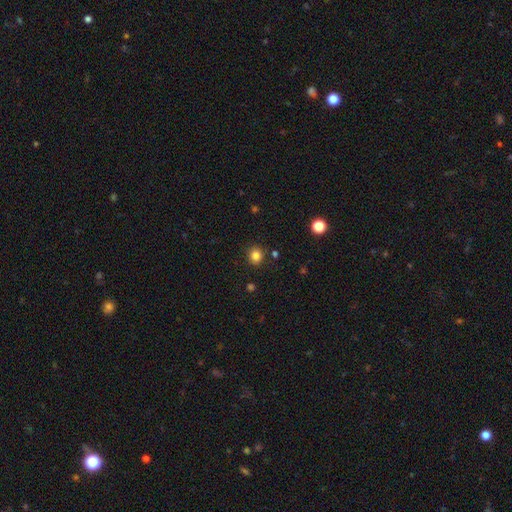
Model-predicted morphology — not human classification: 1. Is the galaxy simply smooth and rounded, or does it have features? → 83% smooth, 13% star or artifact, 5% featured or disk.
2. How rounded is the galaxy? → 87% round, 12% in between, 1% cigar-shaped.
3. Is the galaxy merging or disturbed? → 88% none, 8% minor disturbance, 2% merger, 2% major disturbance.